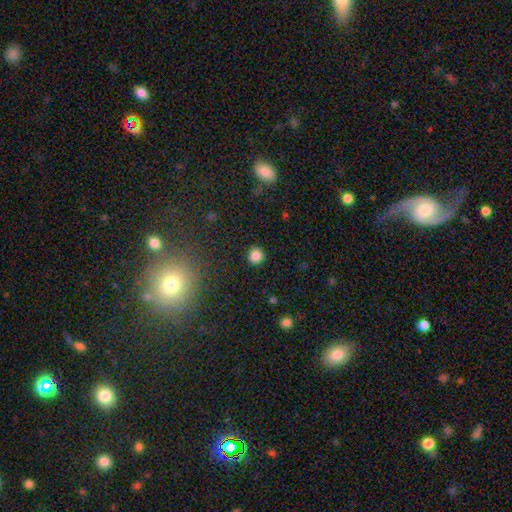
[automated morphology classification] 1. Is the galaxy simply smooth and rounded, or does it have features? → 84% smooth, 12% star or artifact, 4% featured or disk.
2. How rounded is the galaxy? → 93% round, 6% in between, 1% cigar-shaped.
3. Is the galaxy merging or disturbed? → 92% none, 5% minor disturbance, 2% major disturbance, 1% merger.